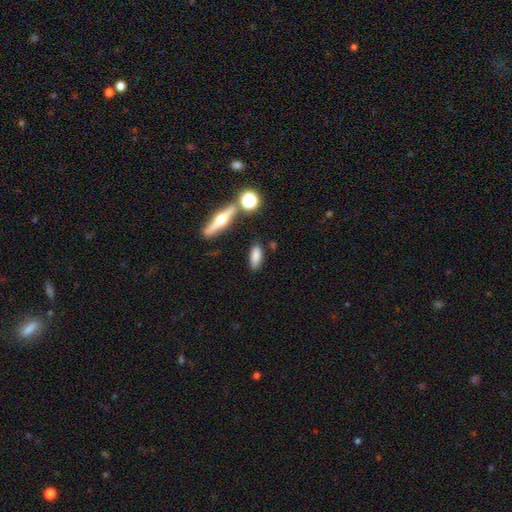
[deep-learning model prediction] Morphology: type=smooth (76%); roundness=in between (68%); merging=none (82%).